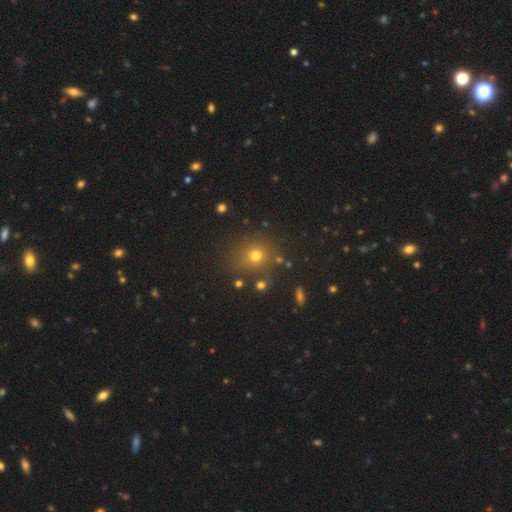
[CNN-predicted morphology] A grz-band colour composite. It shows a smooth galaxy with no disk features (70%) that is round (86%). Merging: none (82%).